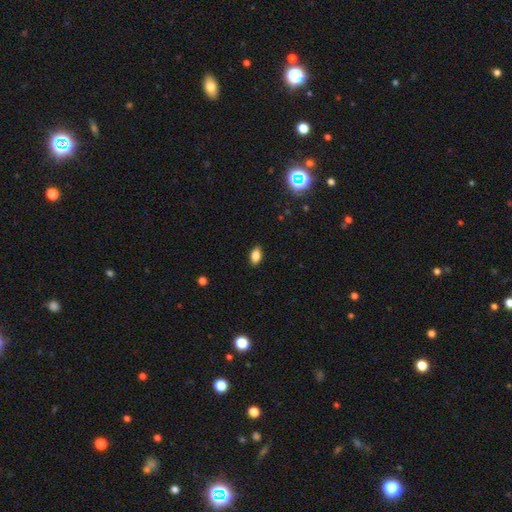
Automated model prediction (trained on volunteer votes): A smooth galaxy with no disk features (82%) that is in between round and cigar-shaped (89%). Merging: none (88%).